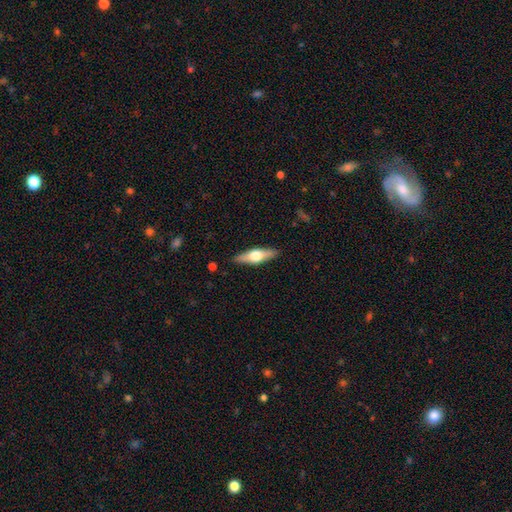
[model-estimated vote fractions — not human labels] featured or disk 55%, smooth 39%, star or artifact 6%. Down the decision tree: edge-on disk — yes (93%); edge-on bulge — rounded (94%); merging — none (89%).